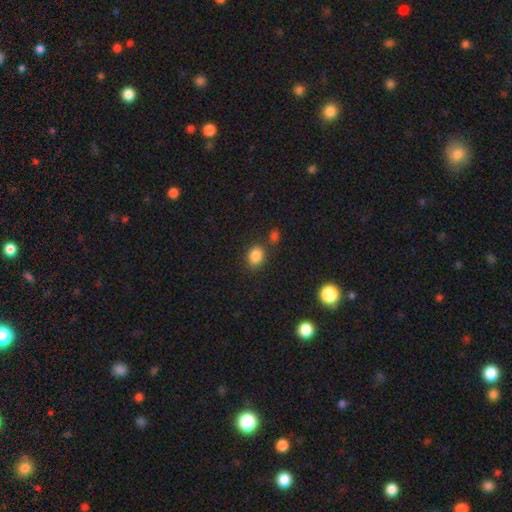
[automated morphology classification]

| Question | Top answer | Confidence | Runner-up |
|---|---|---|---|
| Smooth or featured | smooth | 85% | star or artifact (10%) |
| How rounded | in between | 54% | round (45%) |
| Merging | none | 76% | minor disturbance (12%) |